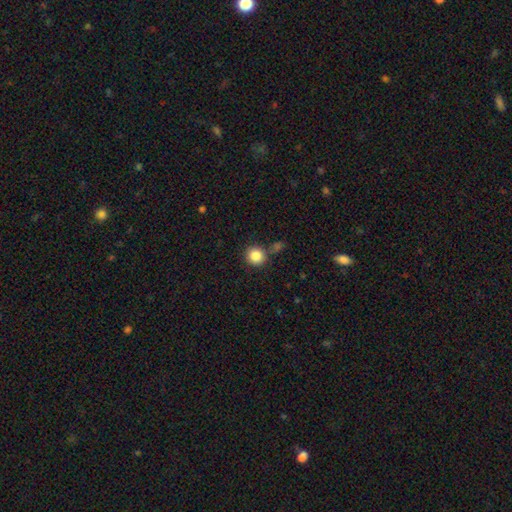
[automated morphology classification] type=smooth (86%); roundness=round (92%); merging=none (77%).